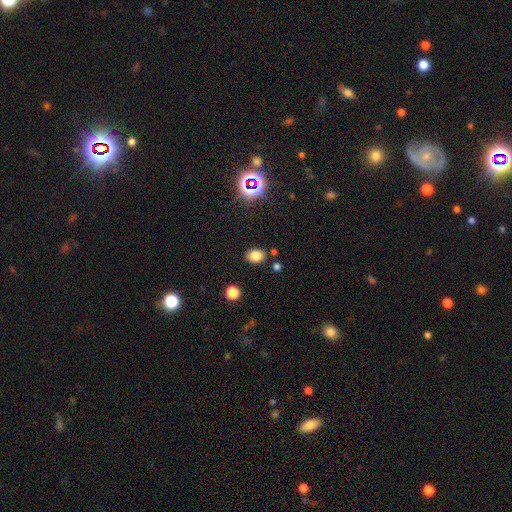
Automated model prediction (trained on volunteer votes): This is likely a smooth galaxy (79%). How rounded: likely in between (68%). Merging: clearly none (82%).